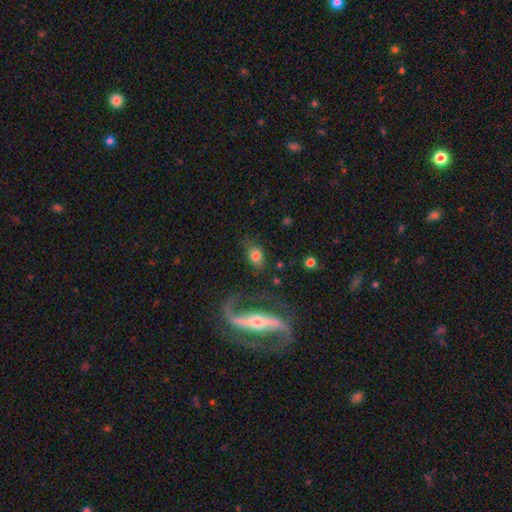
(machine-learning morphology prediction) smooth_or_featured: smooth (p=0.60) [alt: featured or disk p=0.30]
how_rounded: in between (p=0.66) [alt: round p=0.31]
merging: none (p=0.73) [alt: minor disturbance p=0.13]